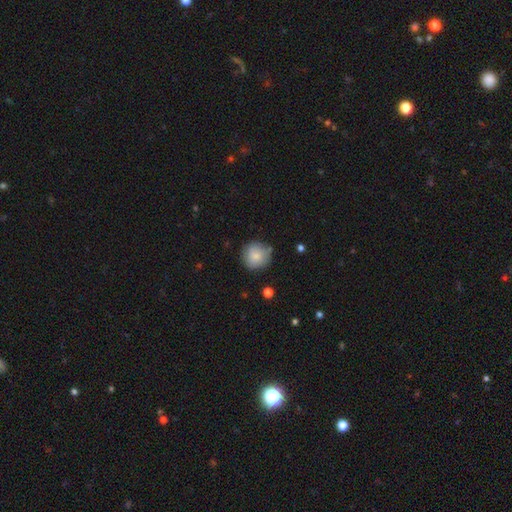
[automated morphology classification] Overall: smooth (81%). How rounded: round (93%). Merging: none (77%).